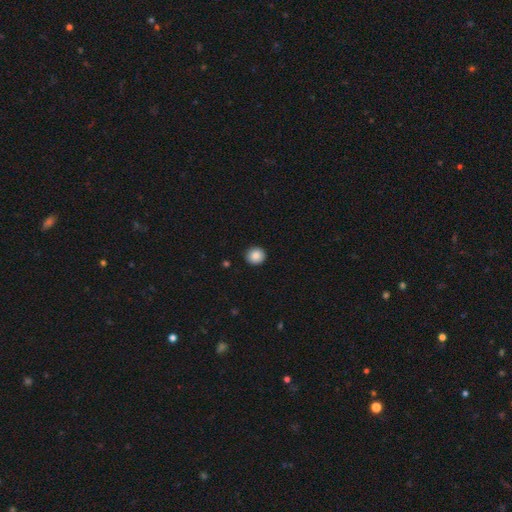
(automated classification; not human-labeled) Smooth or featured? smooth (88%)
How rounded? round (90%)
Merging? none (92%)